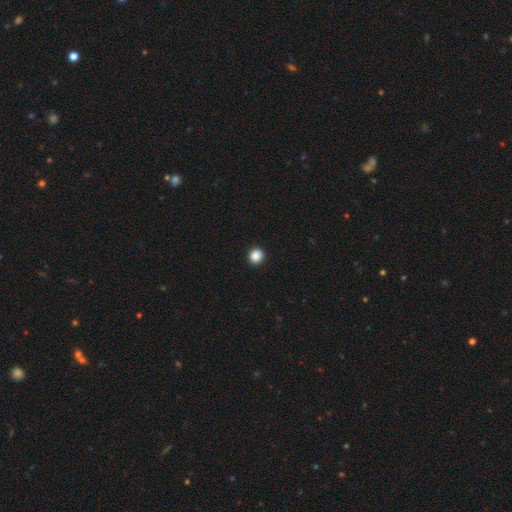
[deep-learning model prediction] A smooth galaxy with no disk features (88%) that is round (85%). Merging: none (93%).